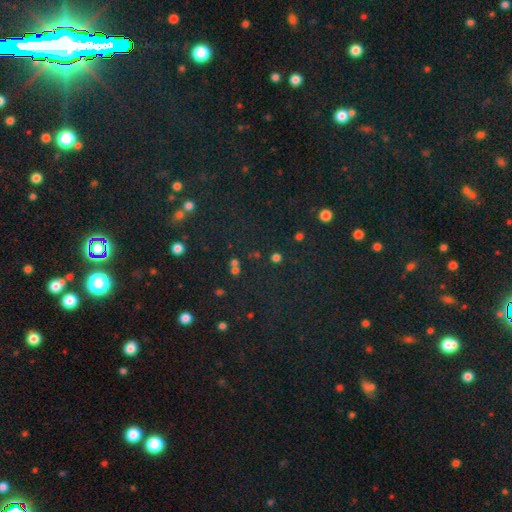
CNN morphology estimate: A star or artifact, not a galaxy (75%).